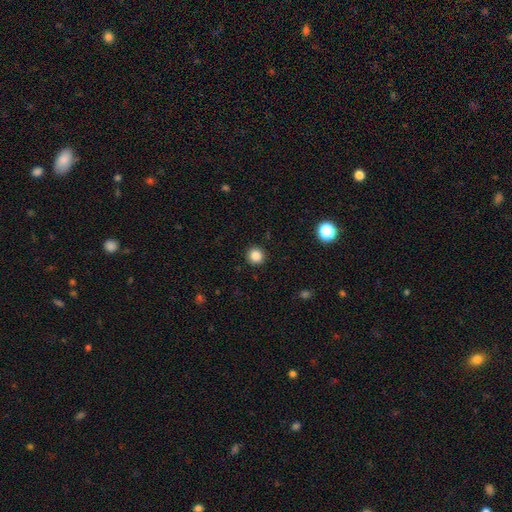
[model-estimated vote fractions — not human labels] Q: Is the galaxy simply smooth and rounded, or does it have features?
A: smooth — 85%.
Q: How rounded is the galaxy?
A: round — 92%.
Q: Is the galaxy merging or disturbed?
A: none — 92%.